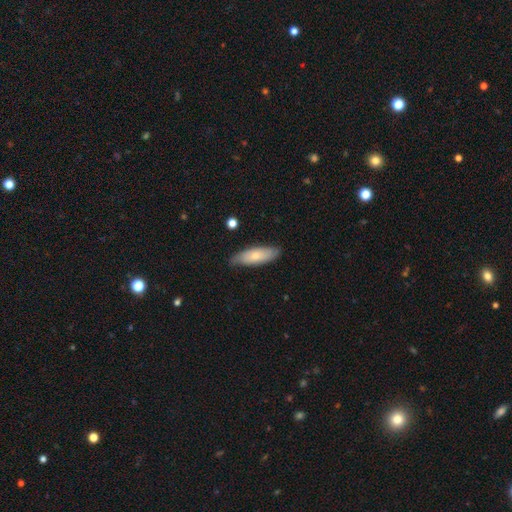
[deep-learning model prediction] The model was most divided on "how rounded": in between: 62%, cigar-shaped: 36%, round: 2%. More confident: merging — none (77%); smooth or featured — smooth (66%).